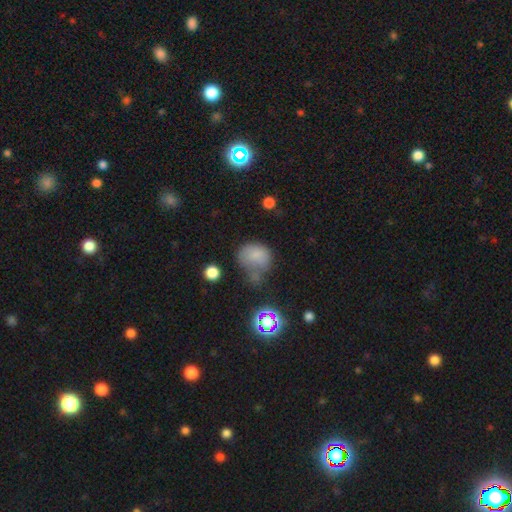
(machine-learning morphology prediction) A smooth galaxy with no disk features (72%) that is round (54%). Merging: none (33%).